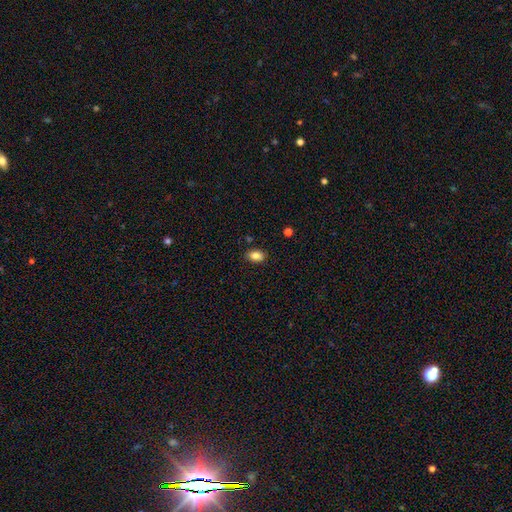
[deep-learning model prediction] This is clearly a smooth galaxy (85%). How rounded: clearly in between (87%). Merging: clearly none (85%).